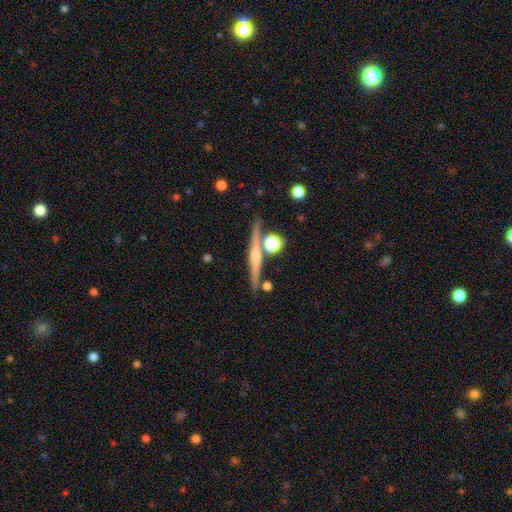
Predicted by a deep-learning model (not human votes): featured or disk 68%, smooth 23%, star or artifact 8%. Down the decision tree: edge-on disk — yes (97%); edge-on bulge — rounded (67%); merging — none (80%).